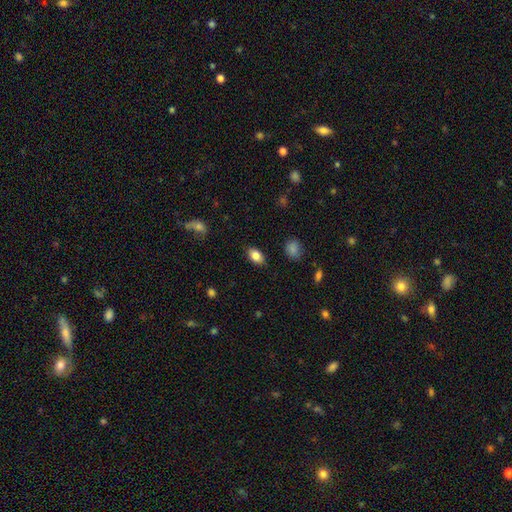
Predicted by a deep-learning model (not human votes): Smooth or featured?
  - smooth: 84% *
  - featured or disk: 8%
  - star or artifact: 8%
How rounded?
  - in between: 89% *
  - round: 9%
  - cigar-shaped: 2%
Merging?
  - none: 86% *
  - minor disturbance: 10%
  - major disturbance: 3%
  - merger: 1%